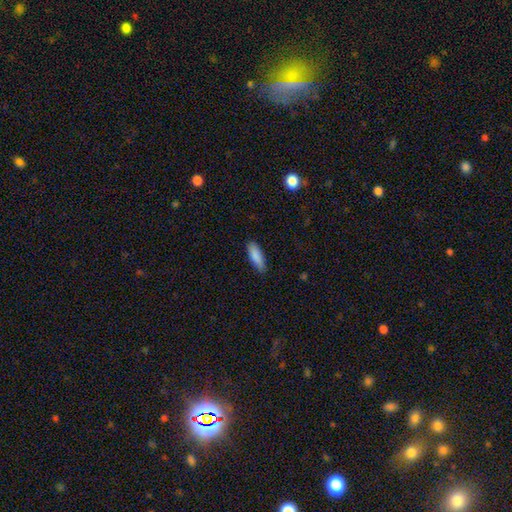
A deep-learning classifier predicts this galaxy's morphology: type=smooth (87%); roundness=in between (56%); merging=none (84%).